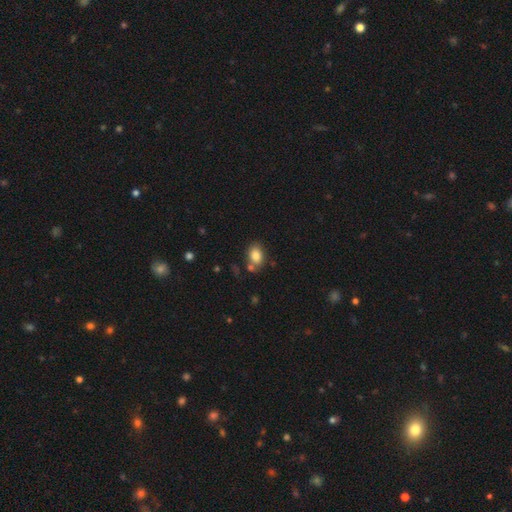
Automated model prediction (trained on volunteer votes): A smooth galaxy with no disk features (83%) that is in between round and cigar-shaped (74%).

Vote fractions:
- Smooth or featured? smooth: 83% / star or artifact: 9% / featured or disk: 8%
- How rounded? in between: 74% / round: 25% / cigar-shaped: 1%
- Merging? none: 64% / merger: 16% / minor disturbance: 16% / major disturbance: 5%